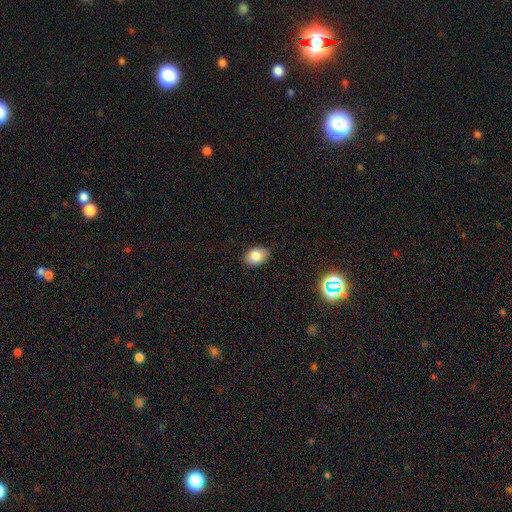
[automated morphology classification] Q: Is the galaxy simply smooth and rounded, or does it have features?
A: smooth — 84%.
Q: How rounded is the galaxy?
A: in between — 76%.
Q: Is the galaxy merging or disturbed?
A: none — 84%.